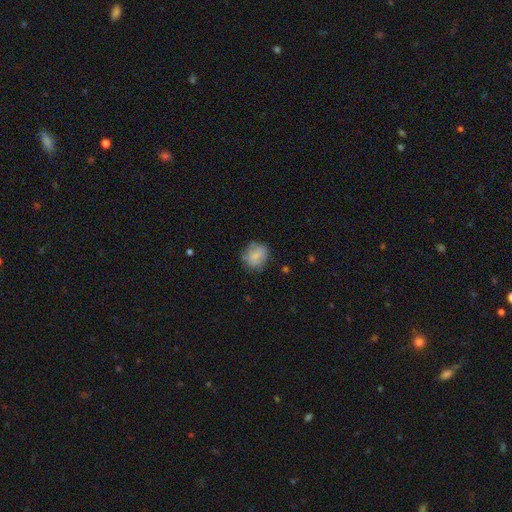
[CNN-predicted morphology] type=smooth (77%); roundness=round (71%); merging=none (67%).